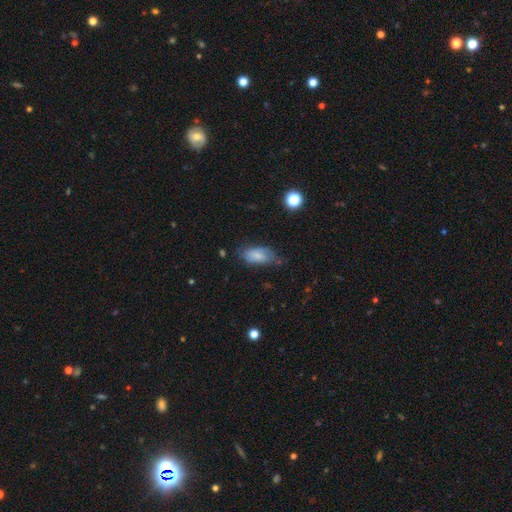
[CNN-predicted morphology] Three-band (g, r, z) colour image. It shows a smooth galaxy with no disk features (74%) that is in between round and cigar-shaped (90%). Merging: none (50%).